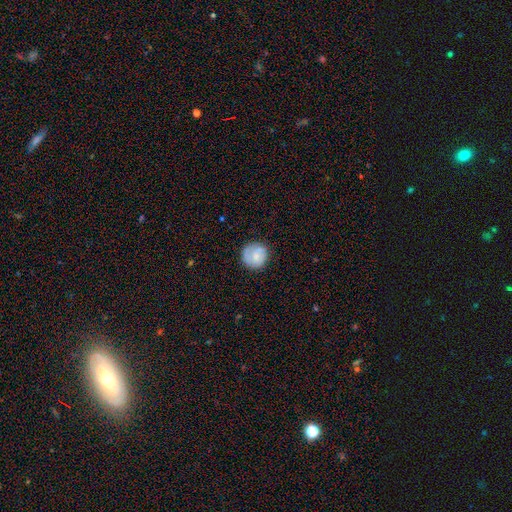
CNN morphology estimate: Smooth or featured? smooth (59%)
How rounded? round (90%)
Merging? none (75%)